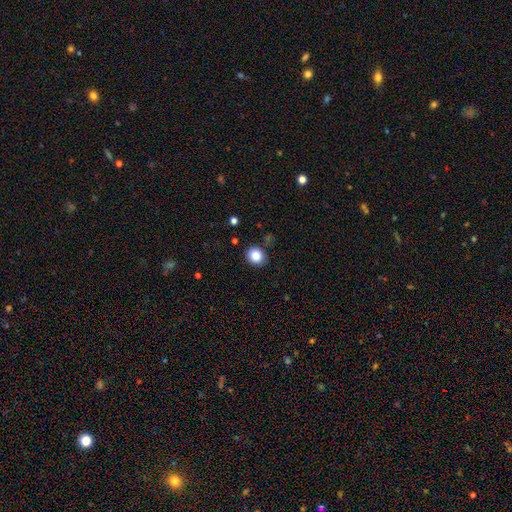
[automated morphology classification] Smooth or featured? smooth (85%)
How rounded? round (78%)
Merging? none (85%)